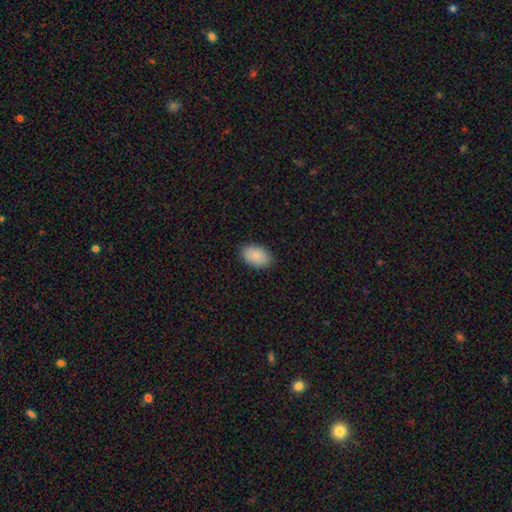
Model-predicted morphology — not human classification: Smooth or featured: smooth — 89% (star or artifact — 6%)
How rounded: in between — 92% (round — 7%)
Merging: none — 88% (minor disturbance — 9%)